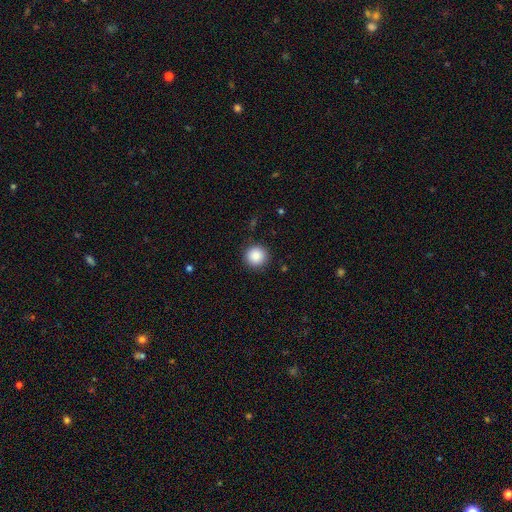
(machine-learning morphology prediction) A smooth galaxy with no disk features (88%) that is round (95%). Merging: none (90%).